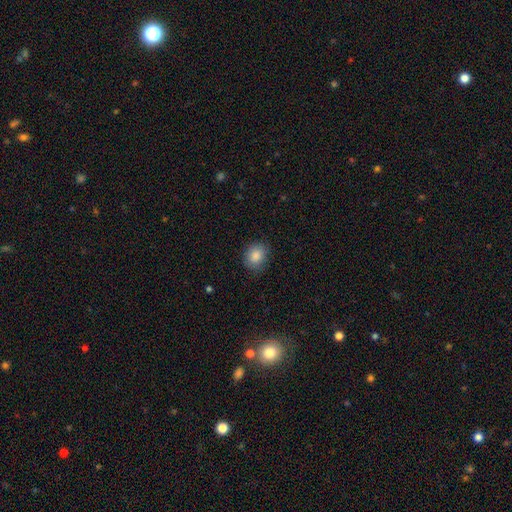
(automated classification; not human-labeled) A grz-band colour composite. It shows a smooth galaxy with no disk features (86%) that is round (66%). Merging: none (84%).